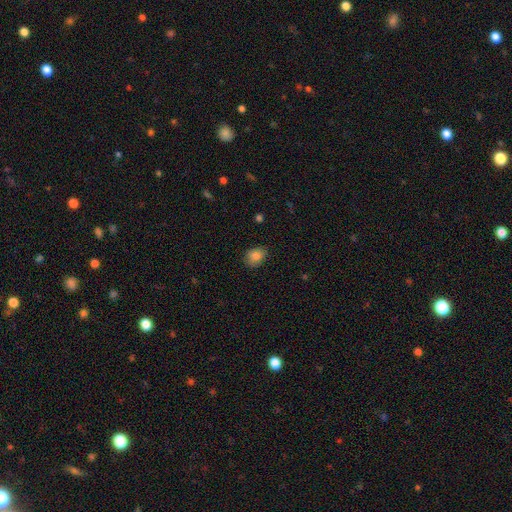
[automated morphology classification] Q: Smooth or featured?
A: smooth (85%); runner-up: star or artifact (9%)
Q: How rounded?
A: in between (53%); runner-up: round (46%)
Q: Merging?
A: none (81%); runner-up: minor disturbance (15%)